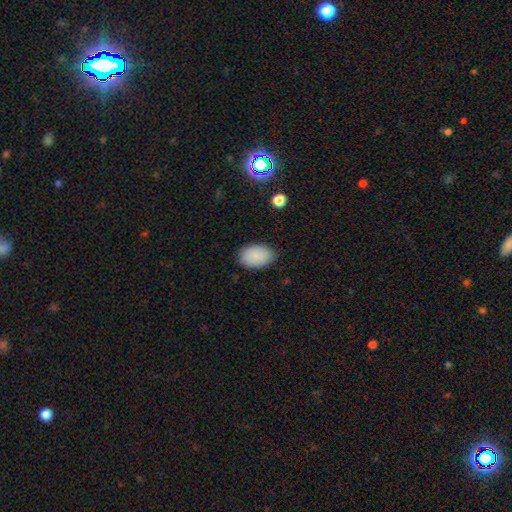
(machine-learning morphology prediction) smooth-or-featured: smooth: 88% | star or artifact: 7% | featured or disk: 5%
  how-rounded: in between: 91% | round: 8% | cigar-shaped: 1%
  merging: none: 85% | minor disturbance: 12% | major disturbance: 3% | merger: 1%